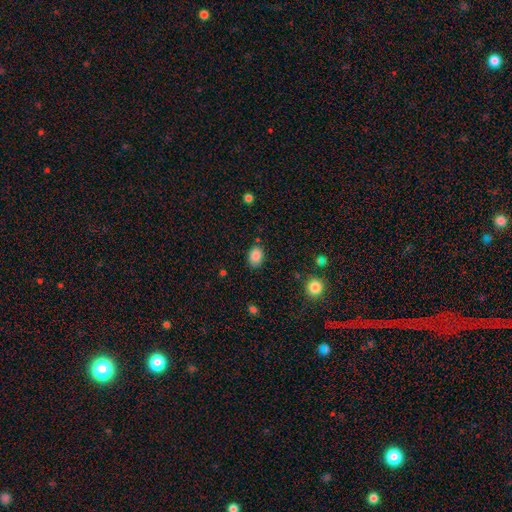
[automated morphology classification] A smooth galaxy with no disk features (87%) that is in between round and cigar-shaped (72%).

Vote fractions:
- Smooth or featured? smooth: 87% / star or artifact: 9% / featured or disk: 4%
- How rounded? in between: 72% / round: 27% / cigar-shaped: 1%
- Merging? none: 83% / minor disturbance: 12% / major disturbance: 3% / merger: 2%